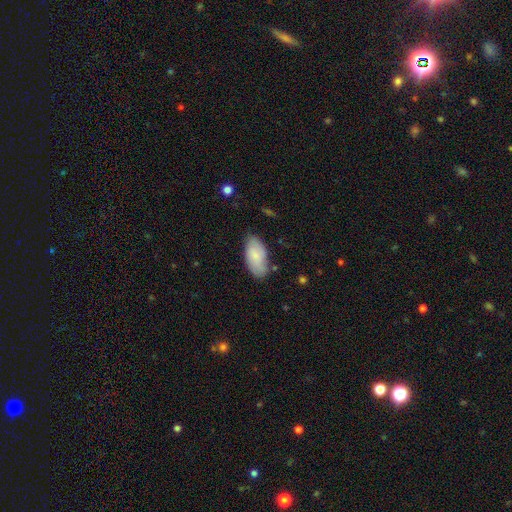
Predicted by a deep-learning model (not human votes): Overall: smooth (77%). How rounded: in between (94%). Merging: none (72%).